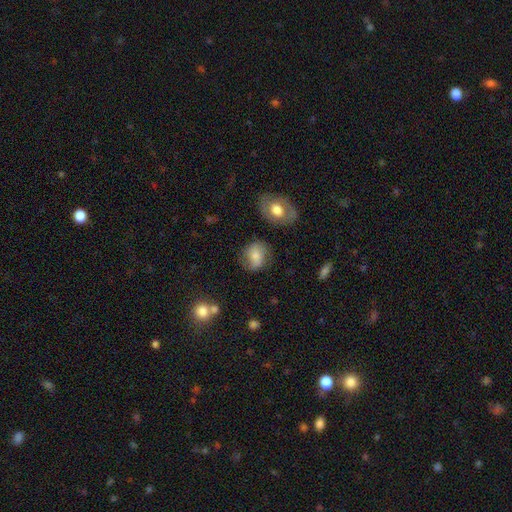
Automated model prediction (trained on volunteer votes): A smooth galaxy with no disk features (66%) that is round (58%).

Vote fractions:
- Smooth or featured? smooth: 66% / featured or disk: 26% / star or artifact: 9%
- How rounded? round: 58% / in between: 40% / cigar-shaped: 1%
- Merging? none: 69% / minor disturbance: 20% / major disturbance: 7% / merger: 4%